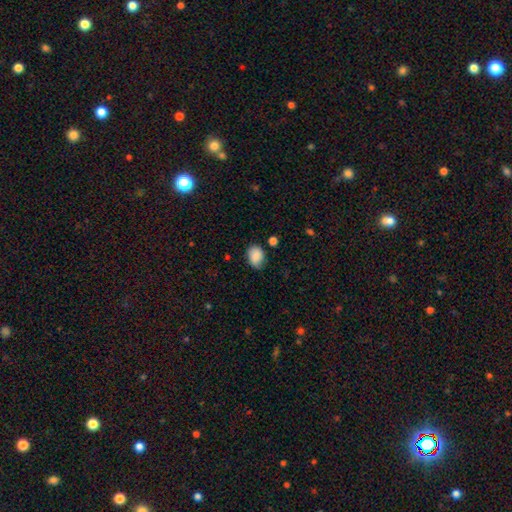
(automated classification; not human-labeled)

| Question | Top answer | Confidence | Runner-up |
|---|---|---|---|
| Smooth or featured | smooth | 85% | star or artifact (8%) |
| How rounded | in between | 66% | round (33%) |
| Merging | none | 69% | minor disturbance (24%) |